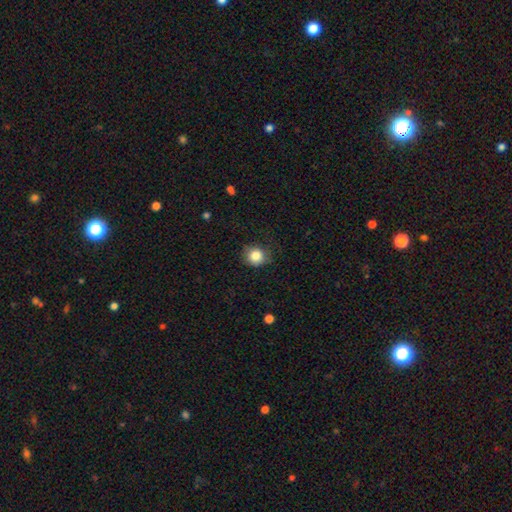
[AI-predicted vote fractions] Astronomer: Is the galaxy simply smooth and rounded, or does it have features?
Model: smooth — 84%.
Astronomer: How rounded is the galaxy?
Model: round — 86%.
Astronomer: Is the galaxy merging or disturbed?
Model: none — 79%.